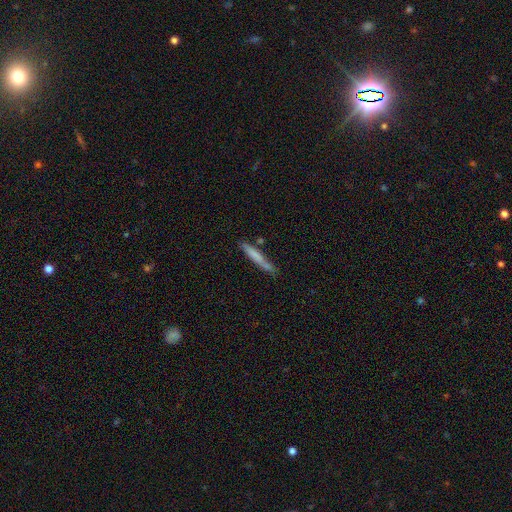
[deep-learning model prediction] Overall: smooth (69%). How rounded: cigar-shaped (94%). Merging: none (71%).